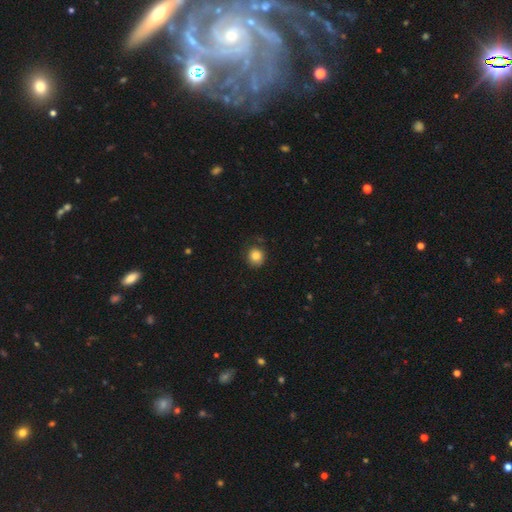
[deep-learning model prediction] smooth 84%, star or artifact 10%, featured or disk 6%. Down the decision tree: how rounded — round (89%); merging — none (81%).